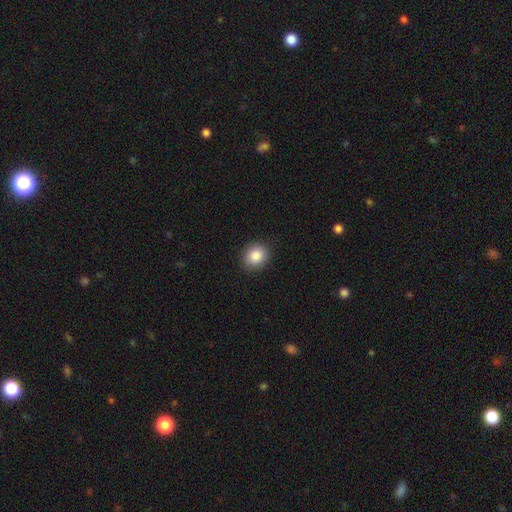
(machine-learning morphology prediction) Smooth or featured? Predicted: smooth (p=0.86). How rounded? Predicted: round (p=0.70). Merging? Predicted: none (p=0.90).